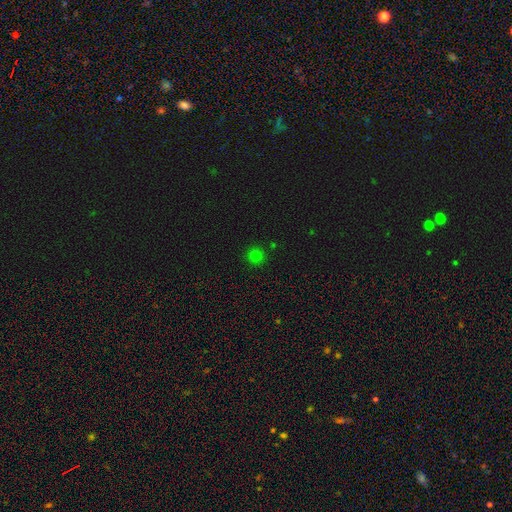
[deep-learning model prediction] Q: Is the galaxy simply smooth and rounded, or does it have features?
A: smooth — 75%.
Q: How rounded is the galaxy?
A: round — 95%.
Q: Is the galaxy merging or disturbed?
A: none — 91%.